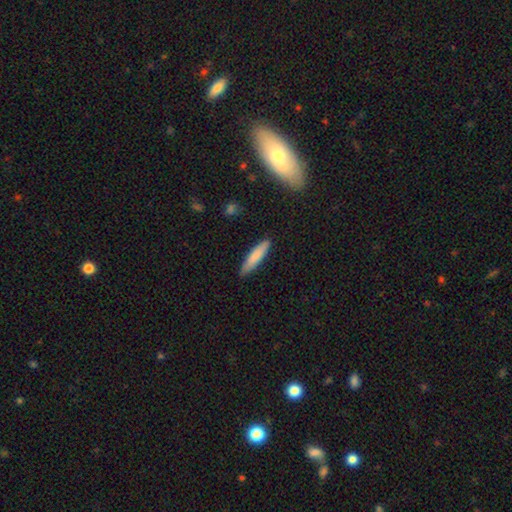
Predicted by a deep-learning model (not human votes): smooth-or-featured: smooth: 81% | featured or disk: 14% | star or artifact: 6%
  how-rounded: cigar-shaped: 81% | in between: 17% | round: 1%
  merging: none: 83% | minor disturbance: 13% | major disturbance: 2% | merger: 1%